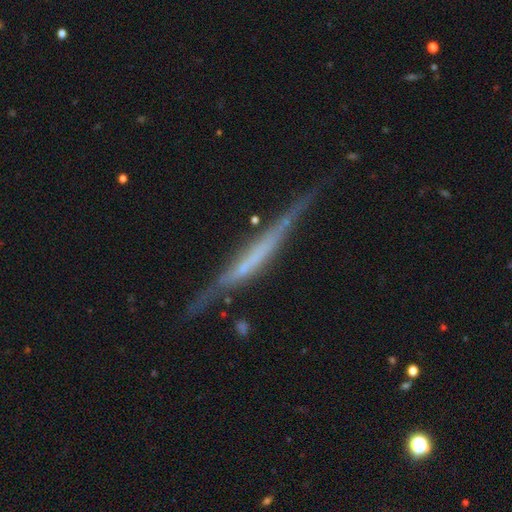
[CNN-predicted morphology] featured or disk 73%, smooth 21%, star or artifact 7%. Down the decision tree: edge-on disk — yes (94%); edge-on bulge — none (65%); merging — none (67%).